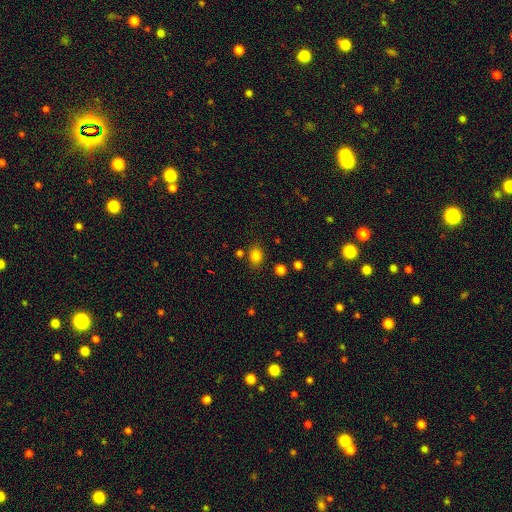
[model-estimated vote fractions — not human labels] Morphology: type=smooth (81%); roundness=in between (52%); merging=none (79%).